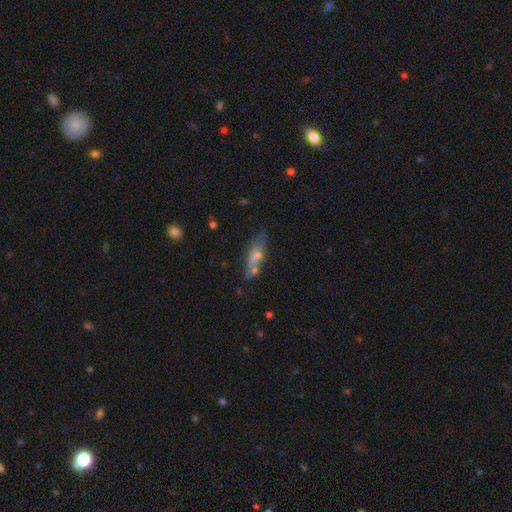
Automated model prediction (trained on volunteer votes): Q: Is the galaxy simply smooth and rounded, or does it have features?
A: smooth — 52%.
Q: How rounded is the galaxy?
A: cigar-shaped — 54%.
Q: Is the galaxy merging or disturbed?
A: none — 52%.